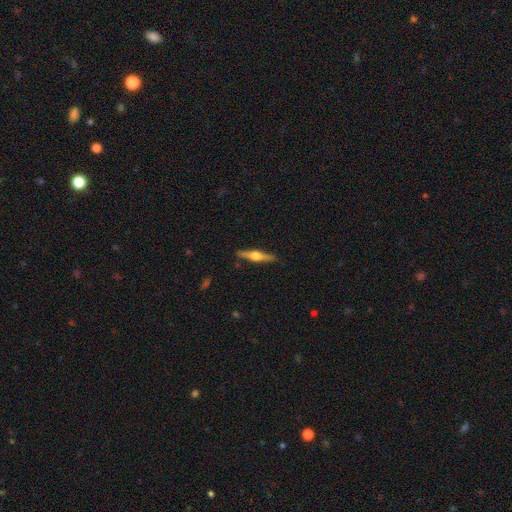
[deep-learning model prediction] A featured or disk galaxy (71%) viewed edge-on (98%) with a rounded central bulge (94%). Merging: none (90%).